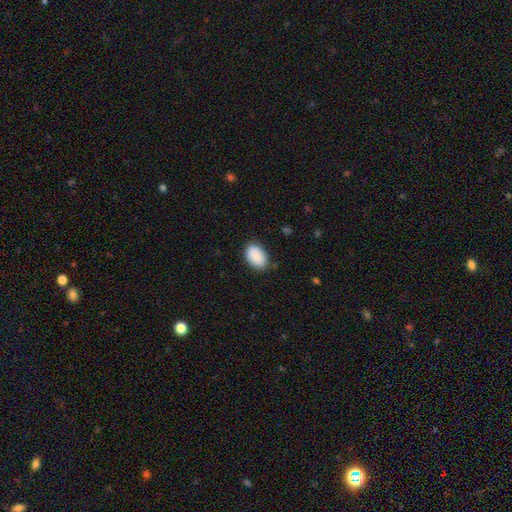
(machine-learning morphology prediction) This is clearly a smooth galaxy (88%). How rounded: clearly in between (90%). Merging: clearly none (82%).